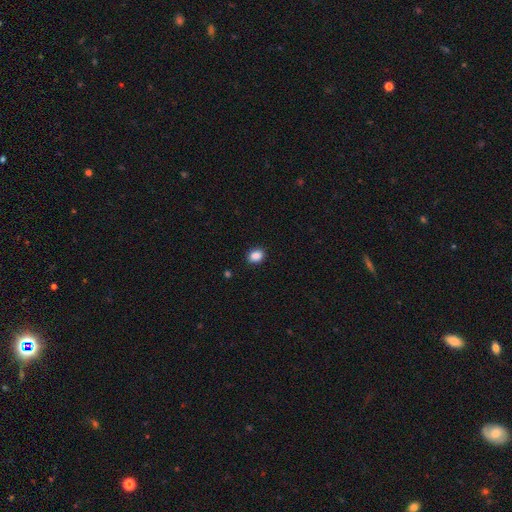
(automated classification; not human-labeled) Smooth or featured? smooth (88%)
How rounded? in between (52%)
Merging? none (91%)